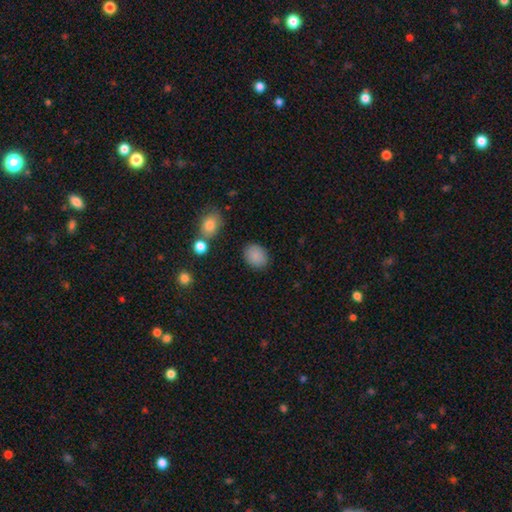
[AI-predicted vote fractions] This appears to be a smooth galaxy with no disk features (87%) that is in between round and cigar-shaped (52%). Merging: none (87%).